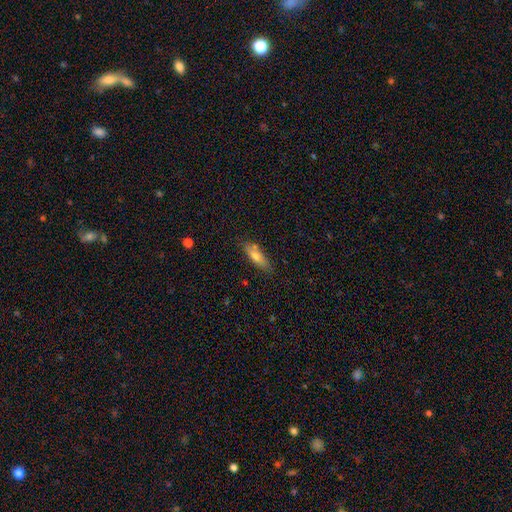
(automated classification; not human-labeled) smooth_or_featured: smooth (p=0.65) [alt: featured or disk p=0.27]
how_rounded: cigar-shaped (p=0.51) [alt: in between p=0.47]
merging: none (p=0.78) [alt: minor disturbance p=0.14]